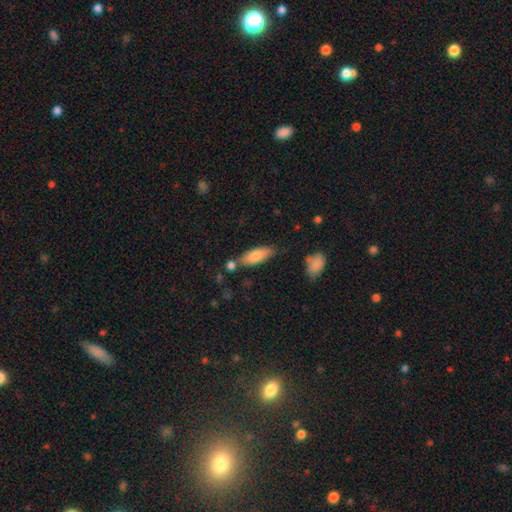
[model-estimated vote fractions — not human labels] smooth_or_featured: smooth (p=0.76) [alt: featured or disk p=0.17]
how_rounded: in between (p=0.65) [alt: cigar-shaped p=0.33]
merging: none (p=0.70) [alt: minor disturbance p=0.16]